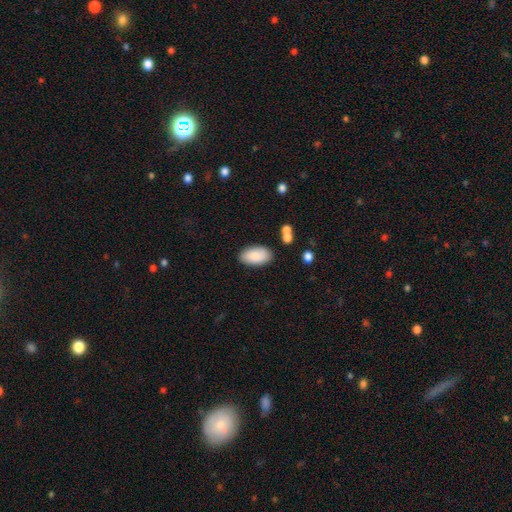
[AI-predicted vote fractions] Morphology: type=smooth (87%); roundness=in between (95%); merging=none (85%).